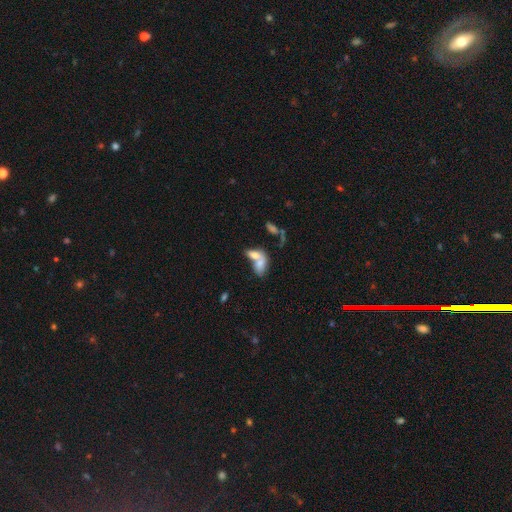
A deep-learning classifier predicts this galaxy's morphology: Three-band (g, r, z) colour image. It shows a smooth galaxy with no disk features (70%) that is in between round and cigar-shaped (86%). Merging: merger (67%).